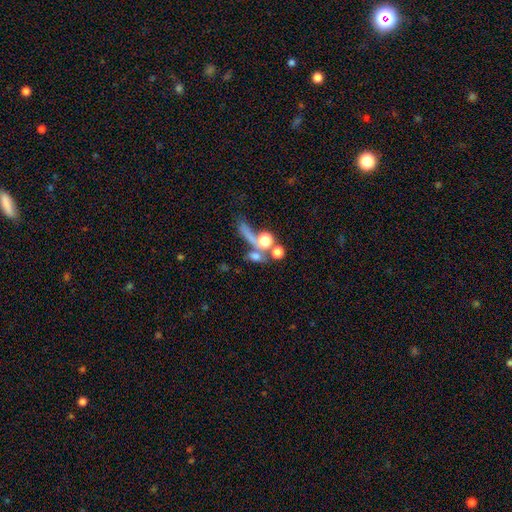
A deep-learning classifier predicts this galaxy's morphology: Smooth or featured? Predicted: smooth (p=0.60). How rounded? Predicted: round (p=0.43). Merging? Predicted: none (p=0.40).